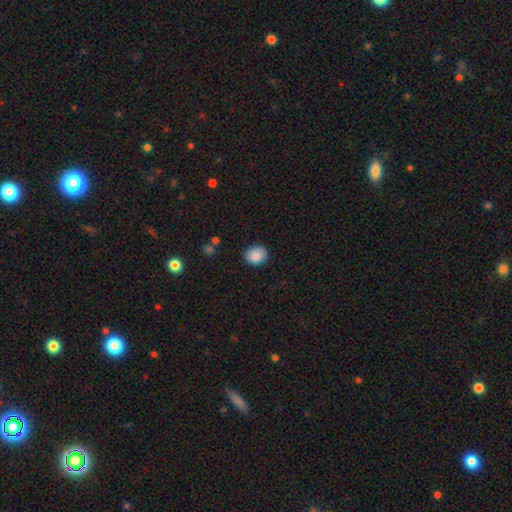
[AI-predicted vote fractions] The model was most divided on "how rounded": round: 66%, in between: 33%, cigar-shaped: 1%. More confident: smooth or featured — smooth (87%); merging — none (86%).